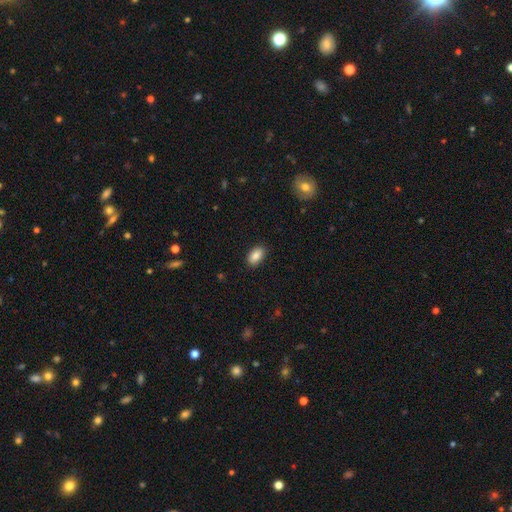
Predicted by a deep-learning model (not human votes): Q: Smooth or featured?
A: smooth (87%); runner-up: star or artifact (7%)
Q: How rounded?
A: in between (92%); runner-up: round (6%)
Q: Merging?
A: none (88%); runner-up: minor disturbance (9%)